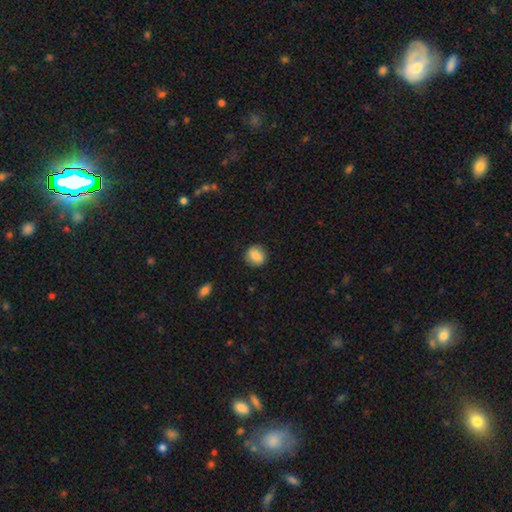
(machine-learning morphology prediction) Smooth or featured?
  - smooth: 84% *
  - star or artifact: 8%
  - featured or disk: 8%
How rounded?
  - round: 75% *
  - in between: 24%
  - cigar-shaped: 1%
Merging?
  - none: 86% *
  - minor disturbance: 11%
  - major disturbance: 3%
  - merger: 1%